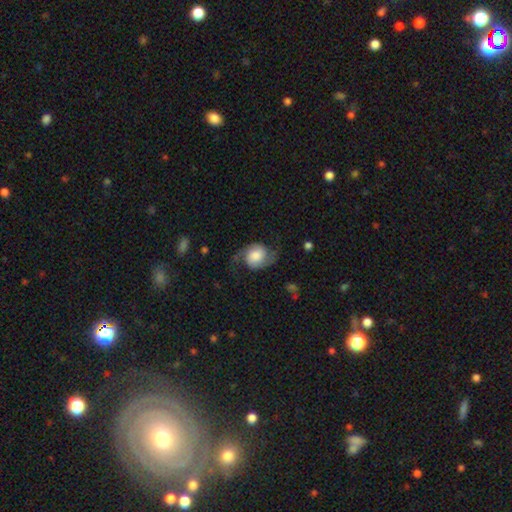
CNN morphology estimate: featured or disk 74%, smooth 19%, star or artifact 7%. Down the decision tree: edge-on disk — no (98%); bar — no (74%); spiral arms — yes (94%); spiral arm count — 2 (93%); spiral winding — loose (49%); bulge size — large (40%); merging — none (68%).